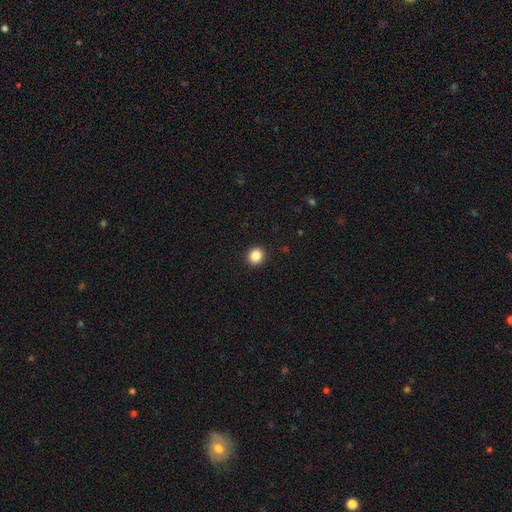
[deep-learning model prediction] A smooth galaxy with no disk features (86%) that is round (89%). Merging: none (93%).